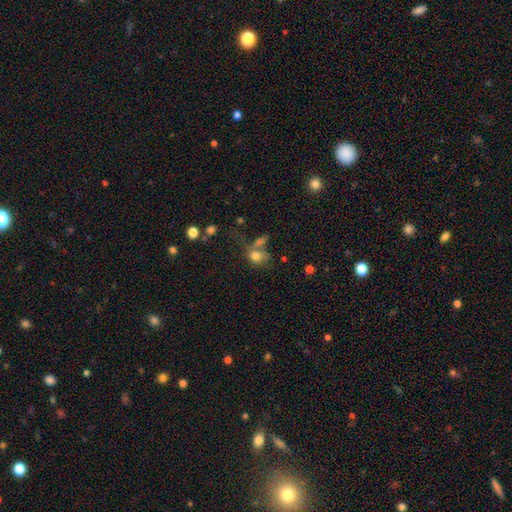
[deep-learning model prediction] The model was most divided on "merging" (2-way tie): none: 36%, merger: 36%, minor disturbance: 15%, major disturbance: 14%. More confident: smooth or featured — smooth (74%); how rounded — round (52%).